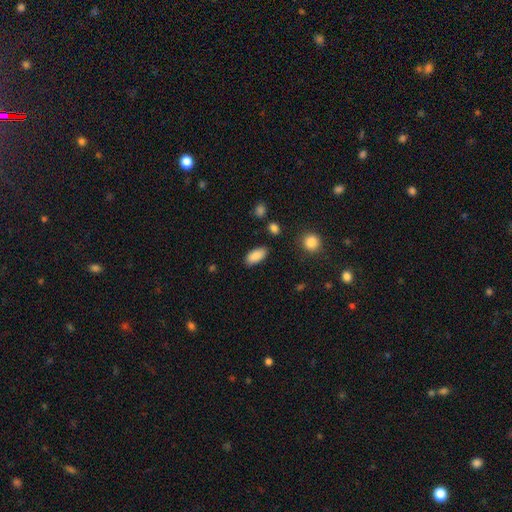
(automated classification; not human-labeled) A smooth galaxy with no disk features (89%) that is in between round and cigar-shaped (91%).

Vote fractions:
- Smooth or featured? smooth: 89% / star or artifact: 7% / featured or disk: 4%
- How rounded? in between: 91% / cigar-shaped: 6% / round: 3%
- Merging? none: 85% / minor disturbance: 10% / major disturbance: 3% / merger: 2%